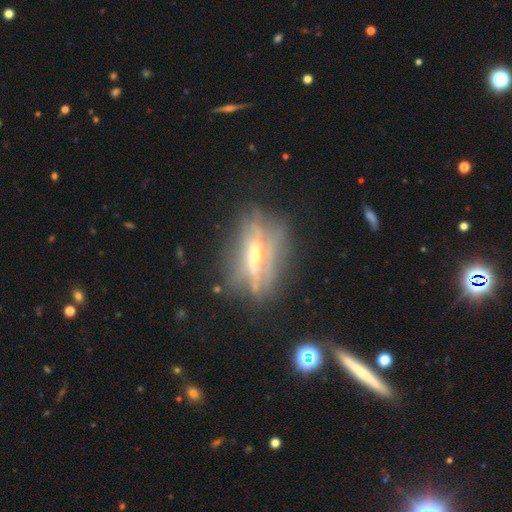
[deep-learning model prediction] Overall: featured or disk (71%). Edge-on disk: yes (68%; no 32%). Merging: none (66%).